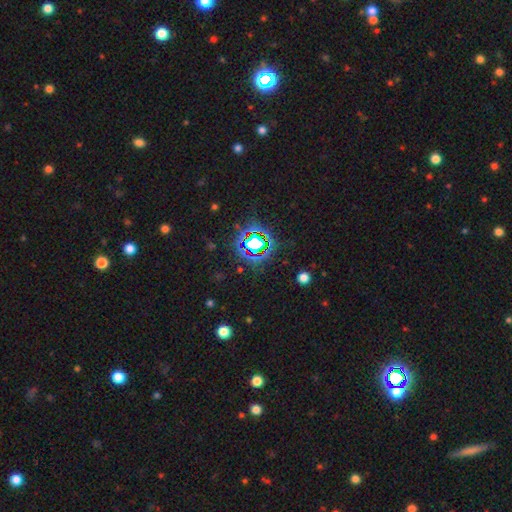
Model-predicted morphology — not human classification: smooth-or-featured: star or artifact: 73% | smooth: 17% | featured or disk: 10%